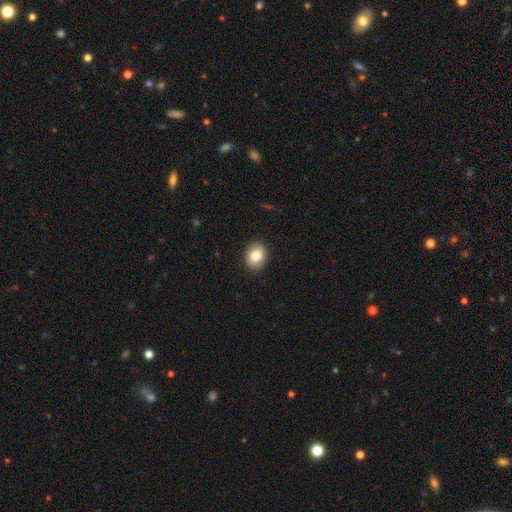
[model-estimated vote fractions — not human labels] Q: Smooth or featured?
A: smooth (84%); runner-up: star or artifact (8%)
Q: How rounded?
A: in between (54%); runner-up: round (45%)
Q: Merging?
A: none (89%); runner-up: minor disturbance (8%)